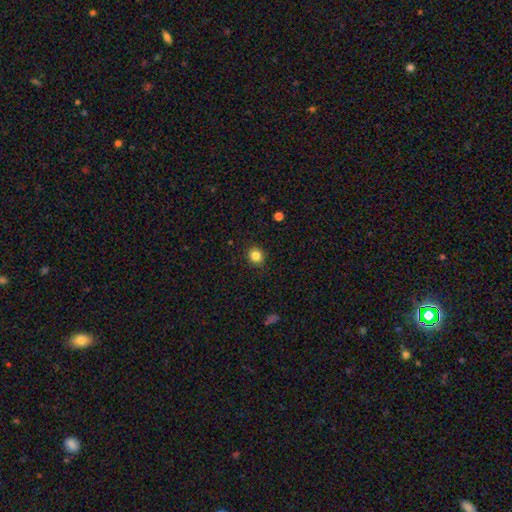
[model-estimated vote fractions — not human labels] Overall: smooth (84%). How rounded: round (83%). Merging: none (90%).